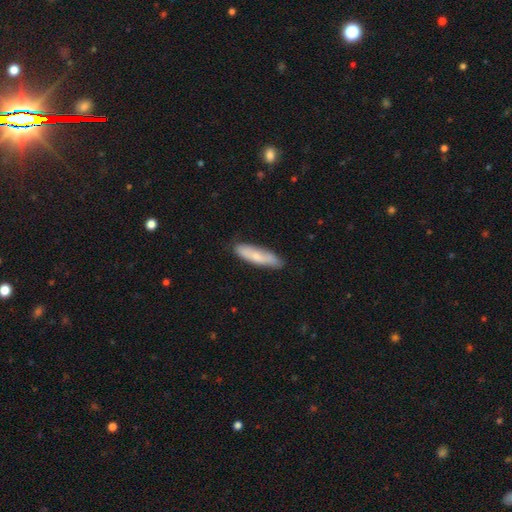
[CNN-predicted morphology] This is likely a smooth galaxy (68%). How rounded: likely cigar-shaped (76%). Merging: clearly none (85%).